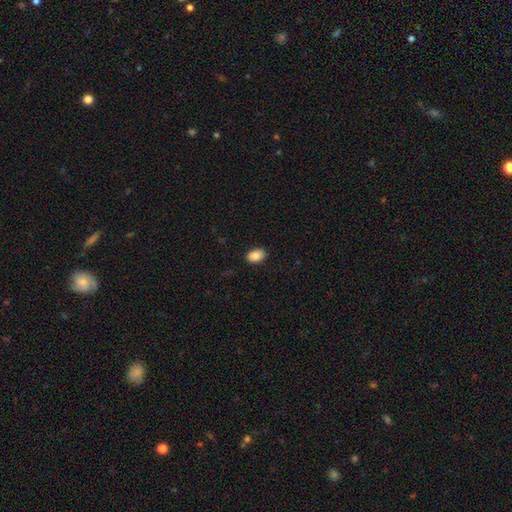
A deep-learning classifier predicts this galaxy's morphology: The model was most divided on "how rounded": in between: 84%, round: 15%, cigar-shaped: 1%. More confident: merging — none (88%); smooth or featured — smooth (85%).